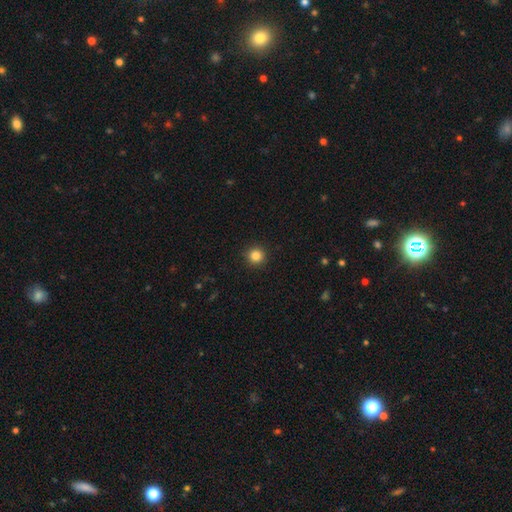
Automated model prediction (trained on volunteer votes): Morphology: type=smooth (84%); roundness=round (96%); merging=none (93%).